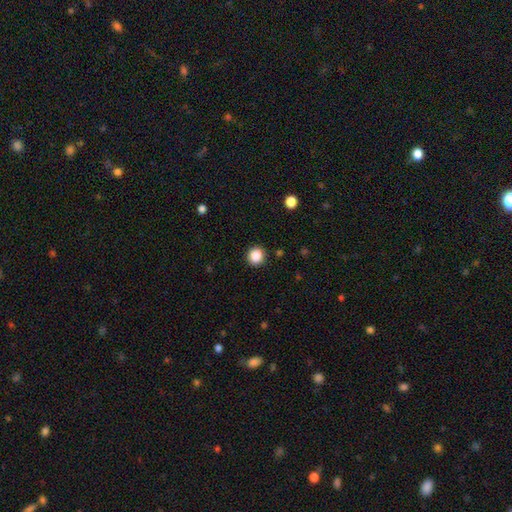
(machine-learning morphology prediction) Q: Smooth or featured?
A: smooth (86%); runner-up: star or artifact (10%)
Q: How rounded?
A: round (91%); runner-up: in between (8%)
Q: Merging?
A: none (91%); runner-up: minor disturbance (6%)